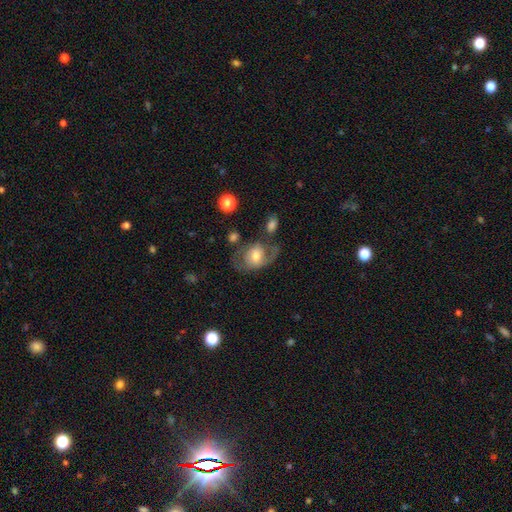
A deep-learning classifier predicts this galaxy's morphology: A featured or disk galaxy (53%) with no bar (57%), spiral arms (70%) and a moderate central bulge (61%). Merging: none (47%).